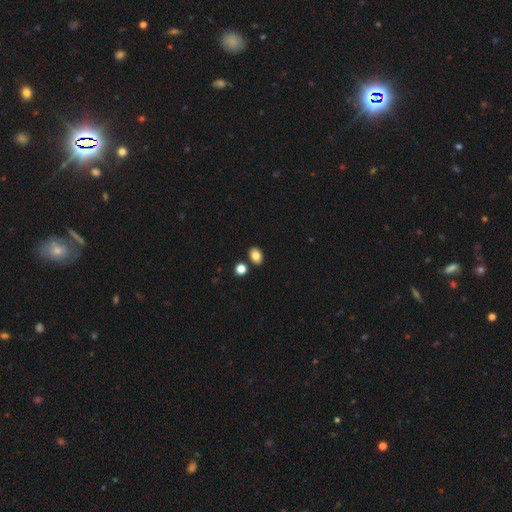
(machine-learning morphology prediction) A smooth galaxy with no disk features (84%) that is in between round and cigar-shaped (75%). Merging: none (84%).